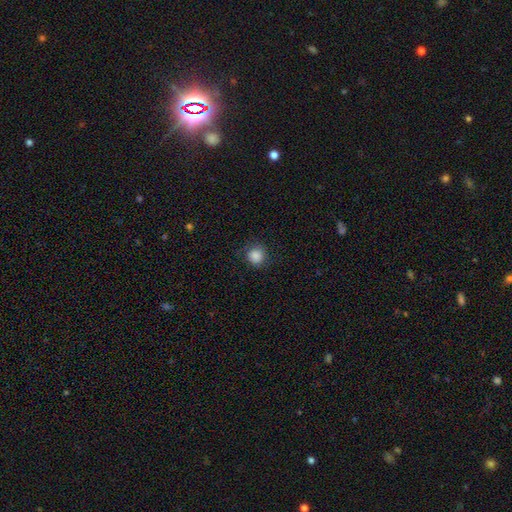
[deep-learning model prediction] Smooth or featured? Predicted: smooth (p=0.86). How rounded? Predicted: round (p=0.90). Merging? Predicted: none (p=0.81).